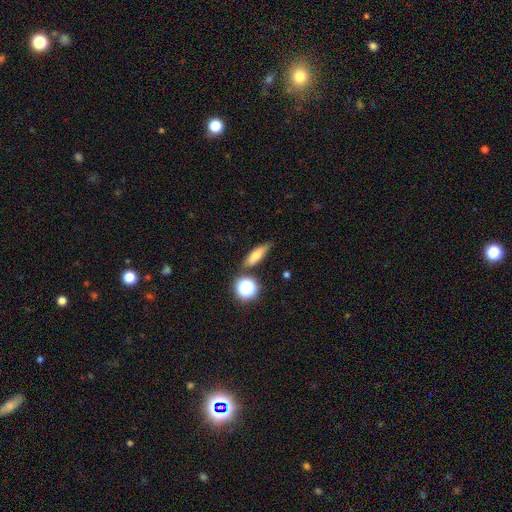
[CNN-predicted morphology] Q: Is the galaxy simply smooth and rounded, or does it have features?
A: smooth — 69%.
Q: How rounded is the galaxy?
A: cigar-shaped — 47%.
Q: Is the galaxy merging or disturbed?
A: none — 75%.